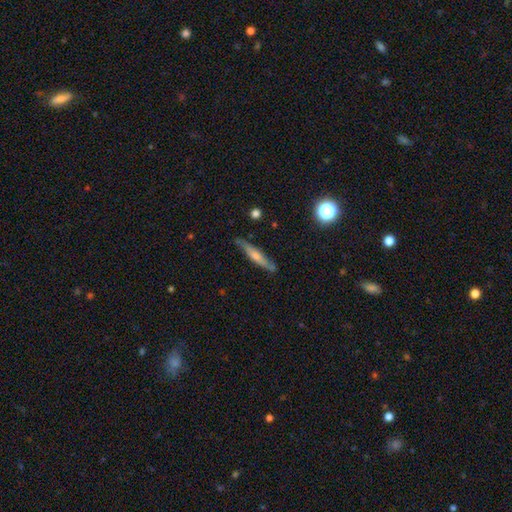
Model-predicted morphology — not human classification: Smooth or featured: featured or disk — 55% (smooth — 37%)
Edge-on disk: yes — 91% (no — 9%)
Merging: none — 82% (minor disturbance — 13%)